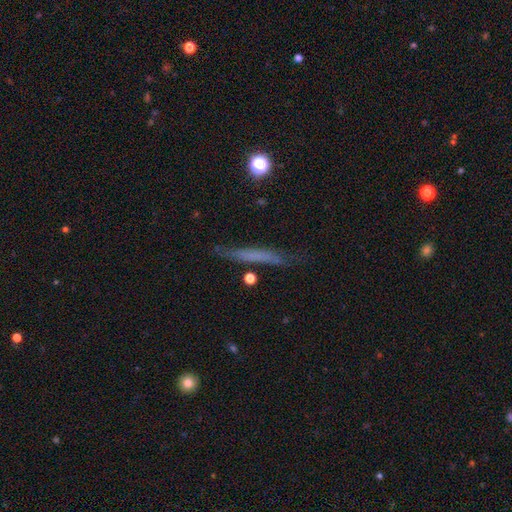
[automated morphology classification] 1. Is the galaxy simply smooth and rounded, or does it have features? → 50% smooth, 41% featured or disk, 9% star or artifact.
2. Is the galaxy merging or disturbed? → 77% none, 16% minor disturbance, 4% major disturbance, 3% merger.